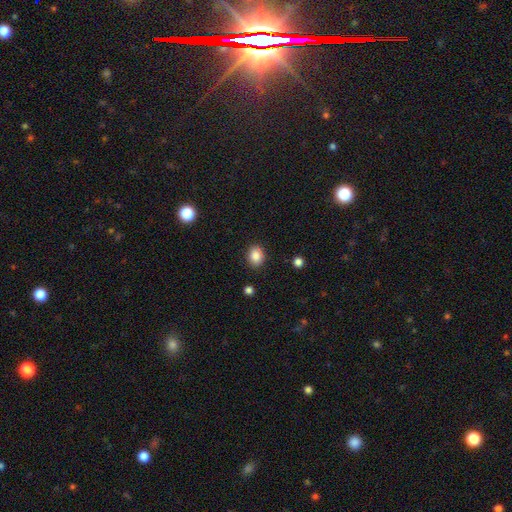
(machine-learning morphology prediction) Smooth or featured? Predicted: smooth (p=0.85). How rounded? Predicted: round (p=0.50). Merging? Predicted: none (p=0.86).